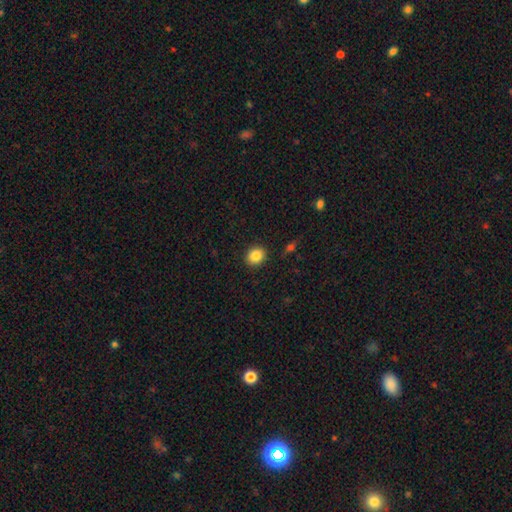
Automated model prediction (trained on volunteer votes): A smooth galaxy with no disk features (86%) that is round (74%). Merging: none (90%).